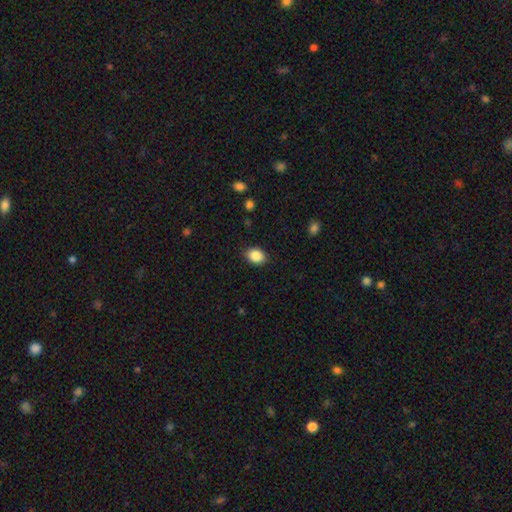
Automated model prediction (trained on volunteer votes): Smooth or featured?
  - smooth: 88% *
  - star or artifact: 8%
  - featured or disk: 4%
How rounded?
  - in between: 70% *
  - round: 29%
  - cigar-shaped: 1%
Merging?
  - none: 86% *
  - minor disturbance: 10%
  - major disturbance: 3%
  - merger: 1%